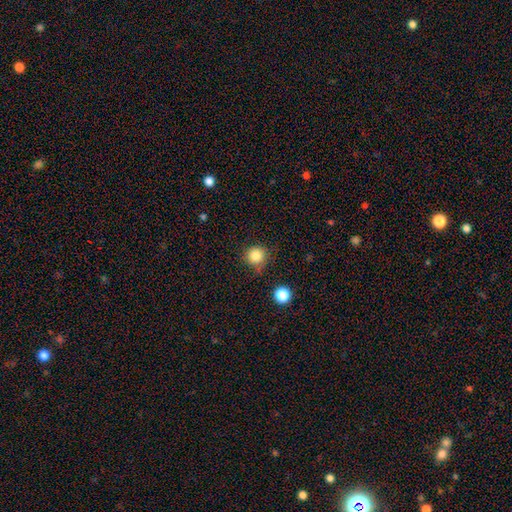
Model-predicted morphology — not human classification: This is clearly a smooth galaxy (84%). How rounded: clearly round (93%). Merging: likely none (77%).